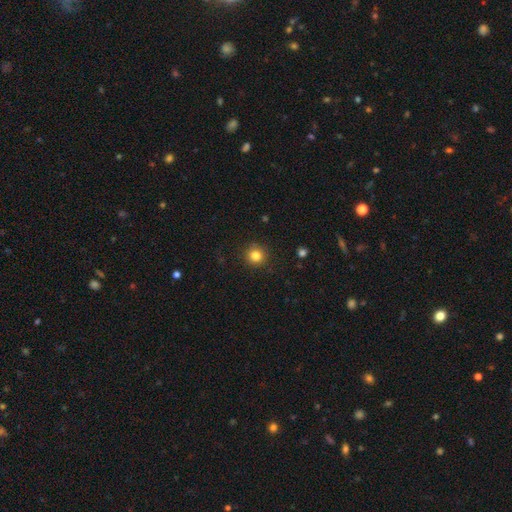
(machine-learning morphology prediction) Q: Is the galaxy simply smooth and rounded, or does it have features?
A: smooth — 82%.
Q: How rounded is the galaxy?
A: round — 94%.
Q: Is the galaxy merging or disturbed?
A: none — 90%.